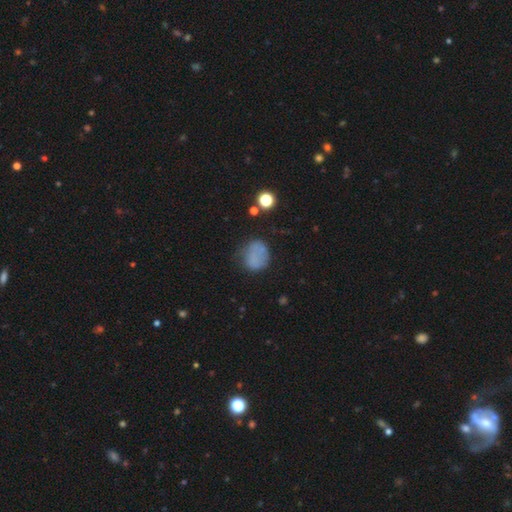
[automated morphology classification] Q: Smooth or featured?
A: smooth (71%); runner-up: star or artifact (15%)
Q: How rounded?
A: round (68%); runner-up: in between (31%)
Q: Merging?
A: none (57%); runner-up: minor disturbance (26%)